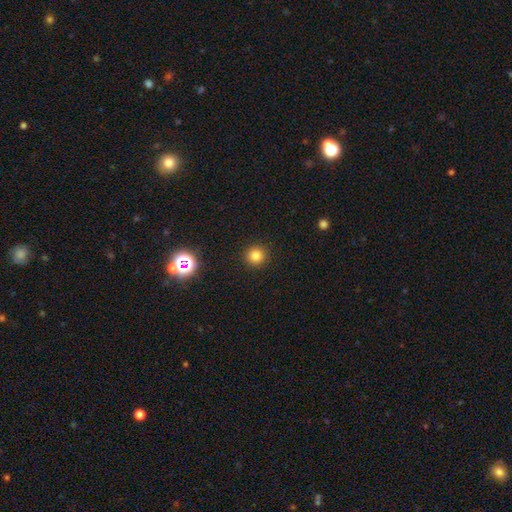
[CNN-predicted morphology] Smooth or featured? smooth (81%)
How rounded? round (94%)
Merging? none (92%)